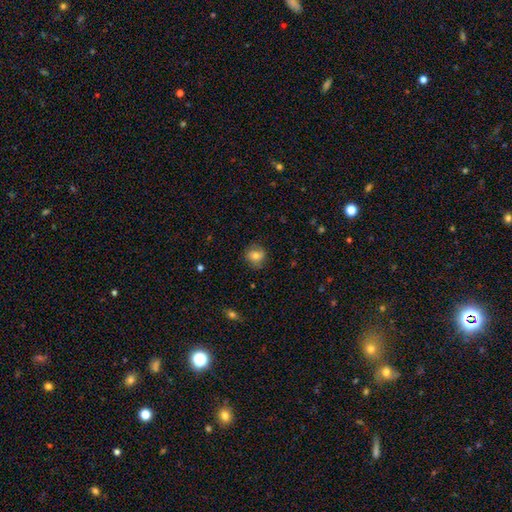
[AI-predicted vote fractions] This appears to be a smooth galaxy with no disk features (72%) that is round (80%). Merging: none (81%).